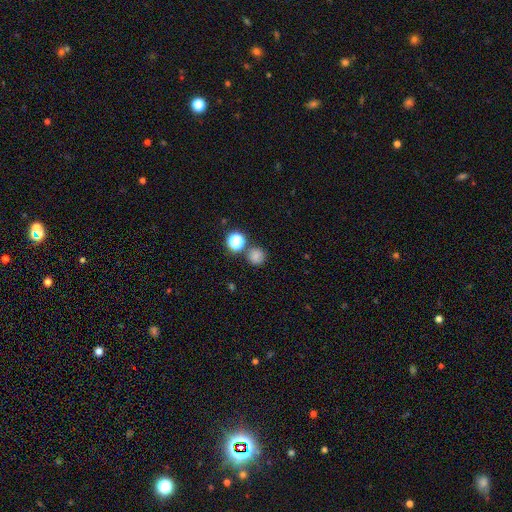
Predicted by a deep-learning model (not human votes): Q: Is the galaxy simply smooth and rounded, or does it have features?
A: smooth — 77%.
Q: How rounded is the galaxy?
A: round — 93%.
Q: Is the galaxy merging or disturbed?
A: none — 79%.